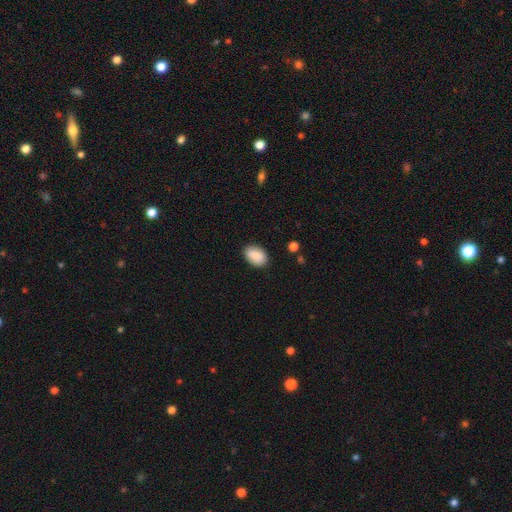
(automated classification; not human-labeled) smooth_or_featured: smooth (p=0.86) [alt: star or artifact p=0.07]
how_rounded: in between (p=0.86) [alt: round p=0.12]
merging: none (p=0.84) [alt: minor disturbance p=0.12]